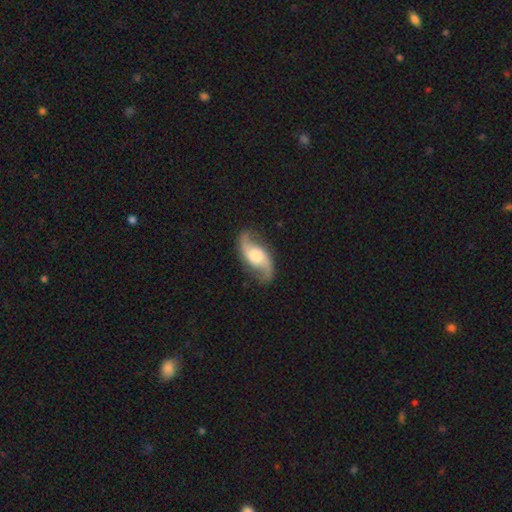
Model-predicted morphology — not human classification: A featured or disk galaxy (87%) with no bar (57%), 2 (94%) loose (69%) spiral arms (97%) and a moderate central bulge (56%).

Vote fractions:
- Smooth or featured? featured or disk: 87% / smooth: 9% / star or artifact: 5%
- Edge-on disk? no: 95% / yes: 5%
- Bar? no: 57% / weak: 33% / strong: 9%
- Spiral arms? yes: 97% / no: 3%
- Spiral winding? loose: 69% / medium: 25% / tight: 6%
- Spiral arm count? 2: 94% / can't tell: 2% / 1: 1% / 3: 1% / 4: 1% / more than 4: 1%
- Bulge size? moderate: 56% / large: 24% / small: 15% / none: 3% / dominant: 2%
- Merging? none: 84% / minor disturbance: 11% / major disturbance: 4% / merger: 1%